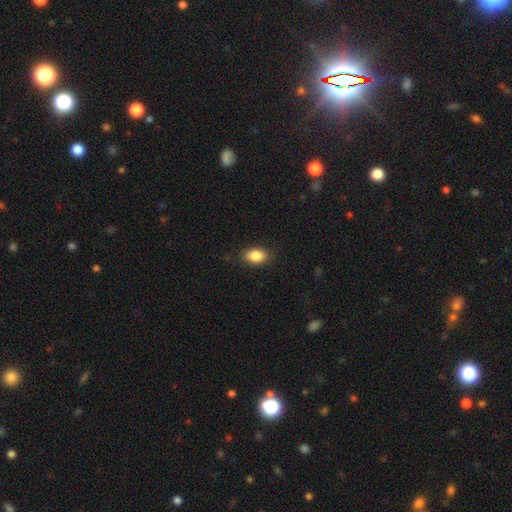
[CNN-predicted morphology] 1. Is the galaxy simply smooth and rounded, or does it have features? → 86% smooth, 8% star or artifact, 6% featured or disk.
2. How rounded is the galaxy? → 88% in between, 9% round, 3% cigar-shaped.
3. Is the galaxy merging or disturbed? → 85% none, 11% minor disturbance, 3% major disturbance, 1% merger.